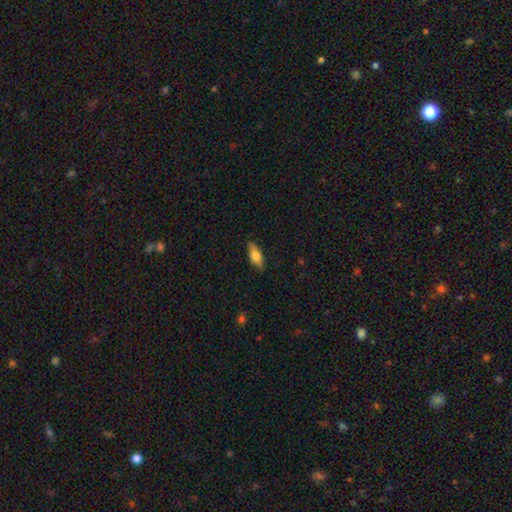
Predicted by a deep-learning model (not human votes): This appears to be a smooth galaxy with no disk features (54%) that is in between round and cigar-shaped (60%). Merging: none (86%).